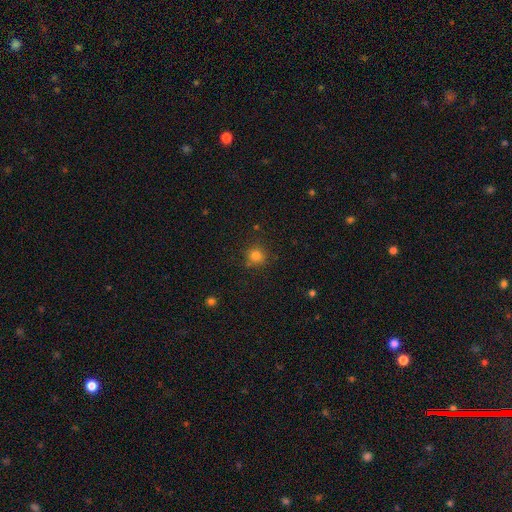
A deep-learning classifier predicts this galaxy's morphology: Smooth or featured? smooth (80%)
How rounded? round (91%)
Merging? none (83%)